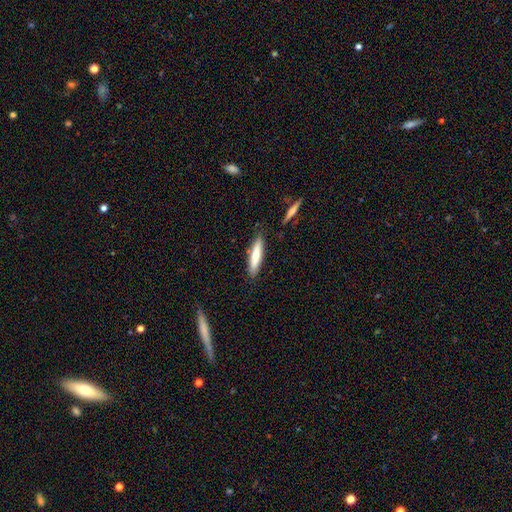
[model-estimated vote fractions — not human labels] Smooth or featured?
  - smooth: 69% *
  - featured or disk: 25%
  - star or artifact: 6%
How rounded?
  - cigar-shaped: 78% *
  - in between: 21%
  - round: 1%
Merging?
  - none: 85% *
  - minor disturbance: 10%
  - merger: 3%
  - major disturbance: 2%